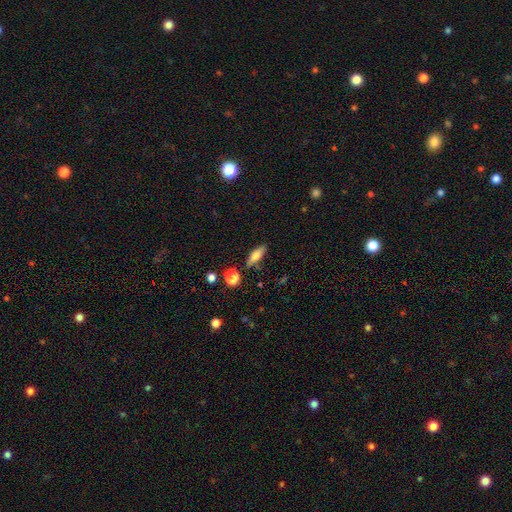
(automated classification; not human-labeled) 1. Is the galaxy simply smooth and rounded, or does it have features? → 71% smooth, 20% featured or disk, 9% star or artifact.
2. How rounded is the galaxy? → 58% in between, 38% cigar-shaped, 4% round.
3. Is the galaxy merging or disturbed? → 79% none, 14% minor disturbance, 4% merger, 3% major disturbance.